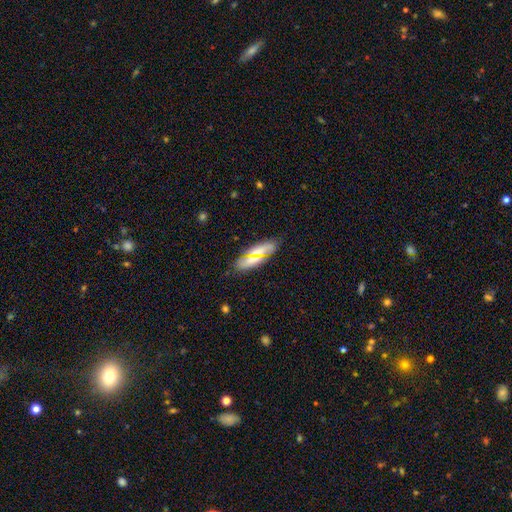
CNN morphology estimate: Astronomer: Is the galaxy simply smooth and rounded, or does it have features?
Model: smooth — 62%.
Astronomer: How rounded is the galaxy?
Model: cigar-shaped — 50% (runner-up: in between, 47%).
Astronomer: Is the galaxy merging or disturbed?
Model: none — 83%.